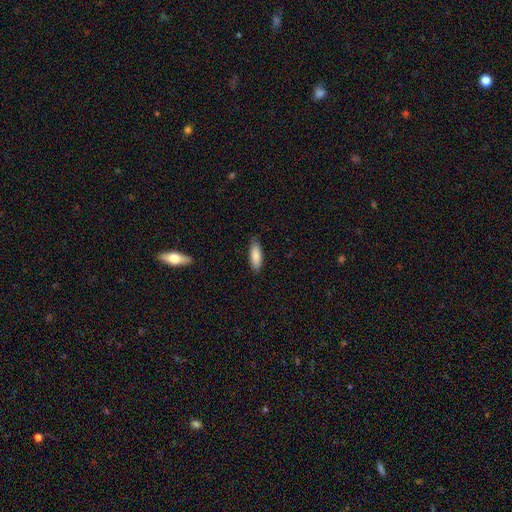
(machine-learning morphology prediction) Smooth or featured? smooth (85%)
How rounded? in between (63%)
Merging? none (84%)